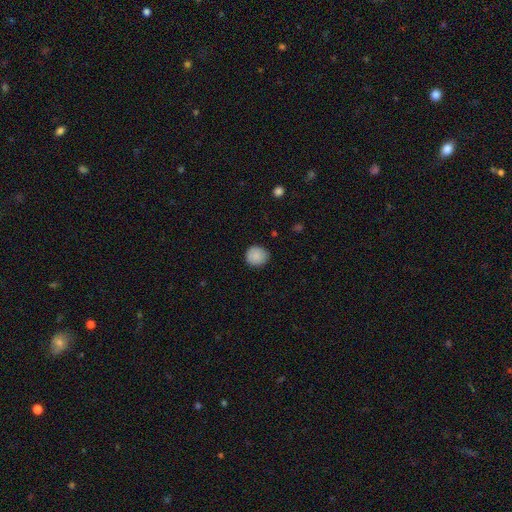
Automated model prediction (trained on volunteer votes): smooth-or-featured: smooth: 86% | star or artifact: 7% | featured or disk: 7%
  how-rounded: round: 88% | in between: 11% | cigar-shaped: 1%
  merging: none: 86% | minor disturbance: 11% | major disturbance: 2% | merger: 1%